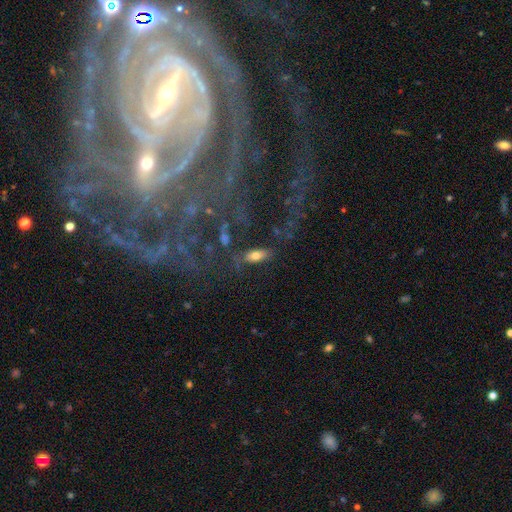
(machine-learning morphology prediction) smooth_or_featured: smooth (p=0.72) [alt: featured or disk p=0.19]
how_rounded: in between (p=0.80) [alt: cigar-shaped p=0.17]
merging: none (p=0.77) [alt: minor disturbance p=0.13]